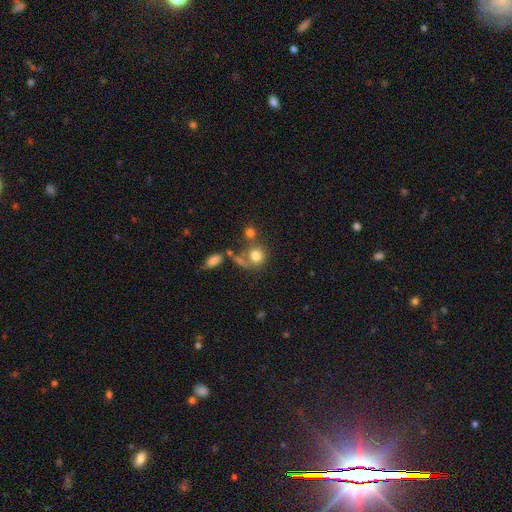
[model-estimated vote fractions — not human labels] Smooth or featured? Predicted: smooth (p=0.77). How rounded? Predicted: round (p=0.81). Merging? Predicted: none (p=0.51).